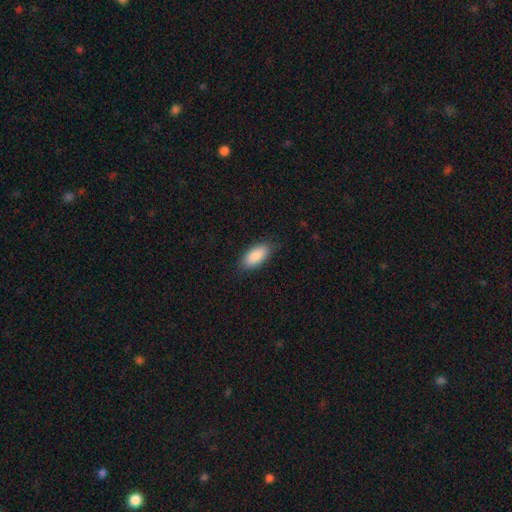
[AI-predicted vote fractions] This is clearly a smooth galaxy (88%). How rounded: clearly in between (91%). Merging: clearly none (85%).